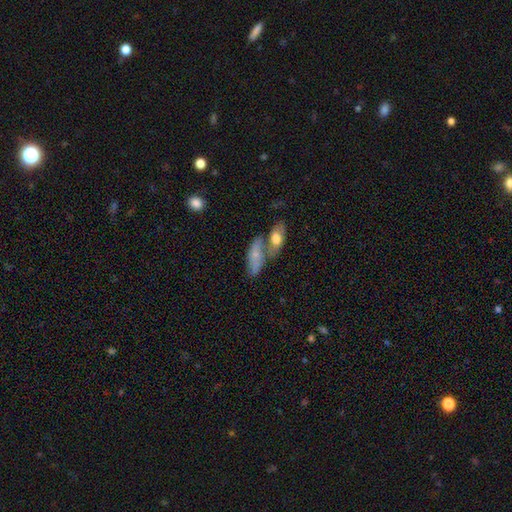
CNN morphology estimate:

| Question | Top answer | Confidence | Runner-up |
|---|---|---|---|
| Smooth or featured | smooth | 58% | featured or disk (34%) |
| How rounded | in between | 72% | cigar-shaped (24%) |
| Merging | merger | 50% | none (31%) |